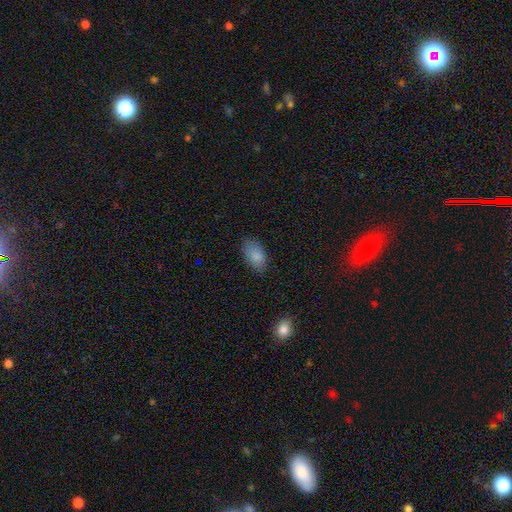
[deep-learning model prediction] A smooth galaxy with no disk features (86%) that is in between round and cigar-shaped (93%).

Vote fractions:
- Smooth or featured? smooth: 86% / star or artifact: 7% / featured or disk: 6%
- How rounded? in between: 93% / round: 4% / cigar-shaped: 3%
- Merging? none: 81% / minor disturbance: 15% / major disturbance: 3% / merger: 1%